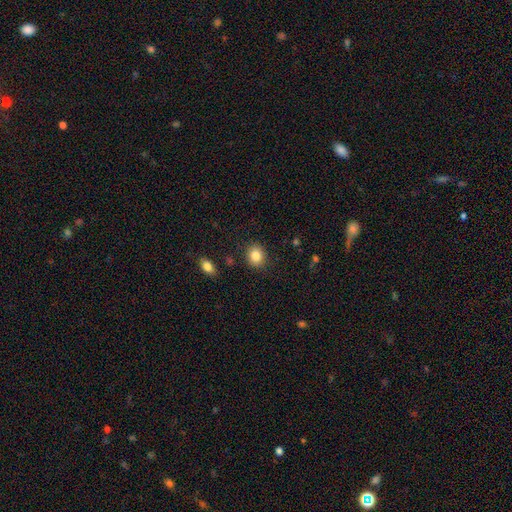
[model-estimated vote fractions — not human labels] A smooth galaxy with no disk features (85%) that is round (65%). Merging: none (87%).